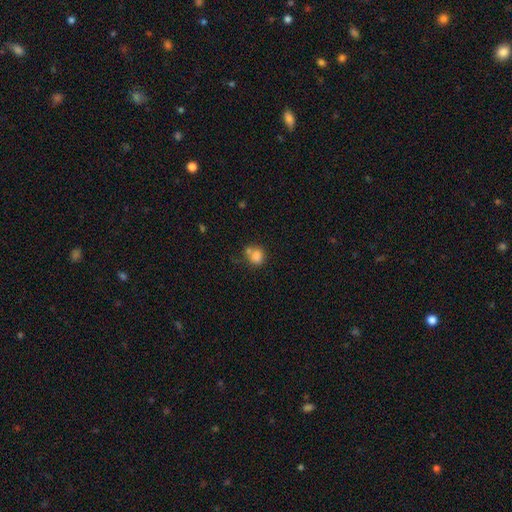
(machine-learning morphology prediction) smooth-or-featured: smooth: 80% | star or artifact: 11% | featured or disk: 9%
  how-rounded: round: 64% | in between: 34% | cigar-shaped: 1%
  merging: none: 47% | merger: 30% | minor disturbance: 16% | major disturbance: 7%